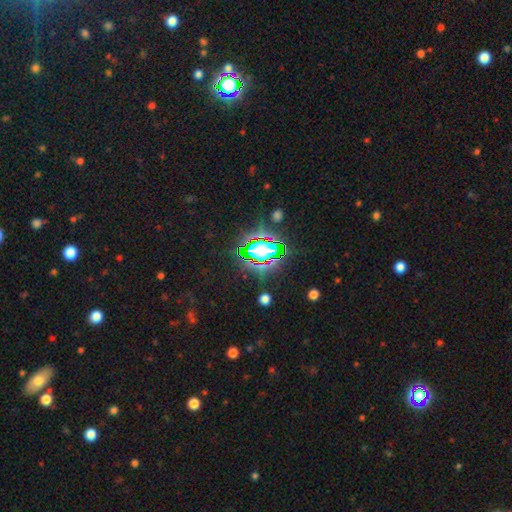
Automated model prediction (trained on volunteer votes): Q: Smooth or featured?
A: star or artifact (74%); runner-up: smooth (16%)